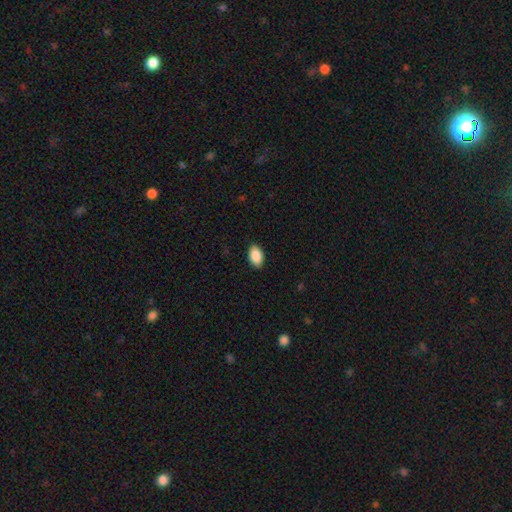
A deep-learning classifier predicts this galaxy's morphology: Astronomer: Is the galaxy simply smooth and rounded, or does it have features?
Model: smooth — 89%.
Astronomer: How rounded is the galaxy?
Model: in between — 93%.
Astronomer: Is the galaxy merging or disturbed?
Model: none — 88%.